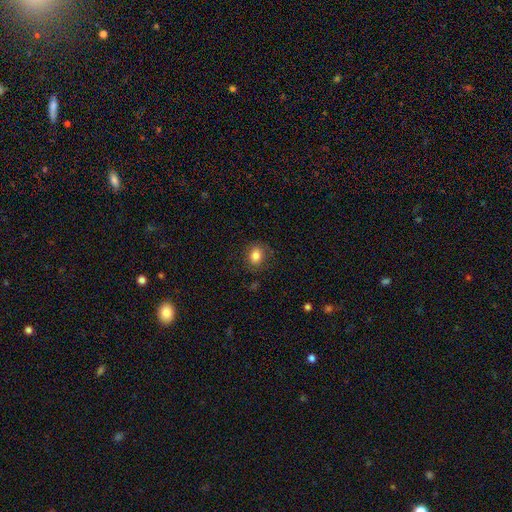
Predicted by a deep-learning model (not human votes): smooth 83%, star or artifact 10%, featured or disk 8%. Down the decision tree: how rounded — round (52%); merging — none (79%).